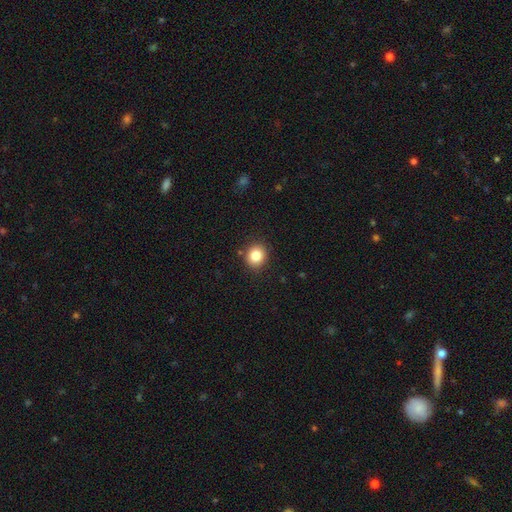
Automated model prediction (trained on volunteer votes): This is clearly a smooth galaxy (84%). How rounded: likely round (80%). Merging: clearly none (89%).